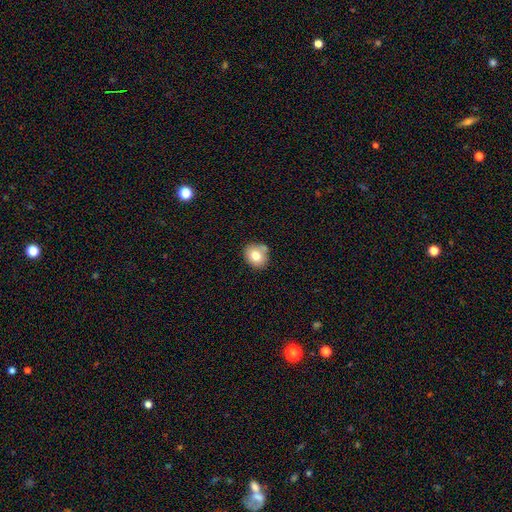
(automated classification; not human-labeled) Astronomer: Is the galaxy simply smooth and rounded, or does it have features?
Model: smooth — 77%.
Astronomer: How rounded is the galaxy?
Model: round — 74%.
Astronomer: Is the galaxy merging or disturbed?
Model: none — 68%.